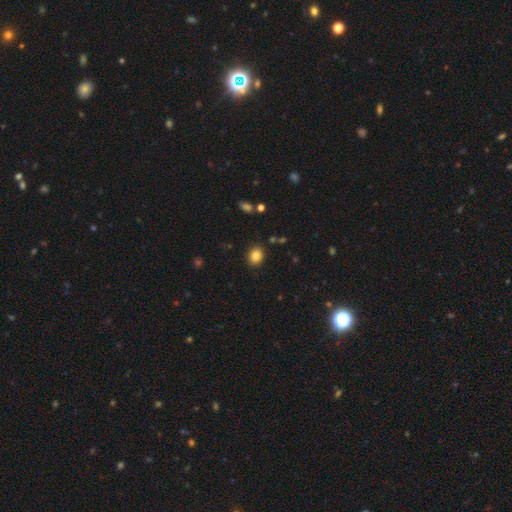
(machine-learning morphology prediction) A smooth galaxy with no disk features (84%) that is round (53%). Merging: none (88%).